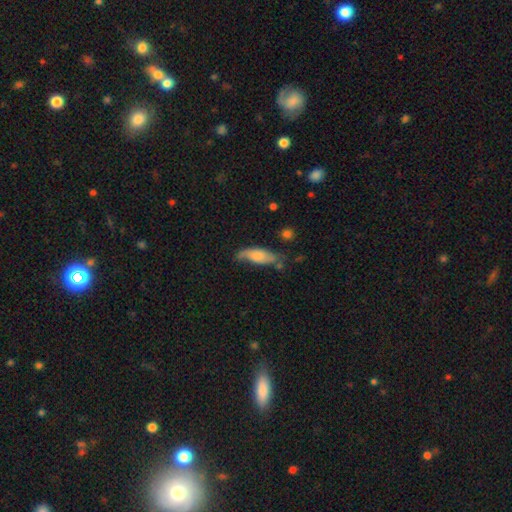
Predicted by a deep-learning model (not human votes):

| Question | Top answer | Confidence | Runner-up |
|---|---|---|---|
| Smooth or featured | smooth | 53% | featured or disk (37%) |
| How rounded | in between | 54% | cigar-shaped (43%) |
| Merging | none | 59% | minor disturbance (28%) |